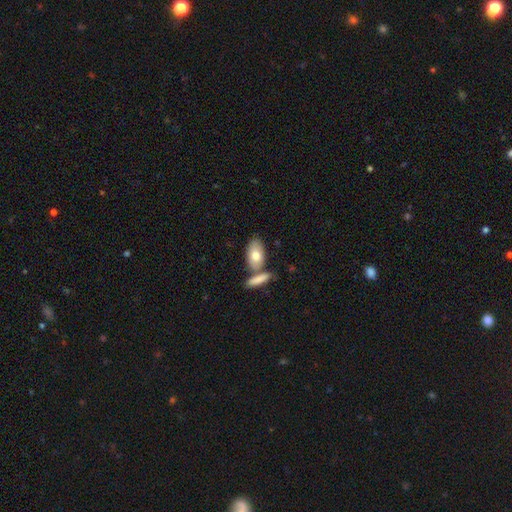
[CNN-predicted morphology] type=smooth (77%); roundness=in between (90%); merging=none (57%).